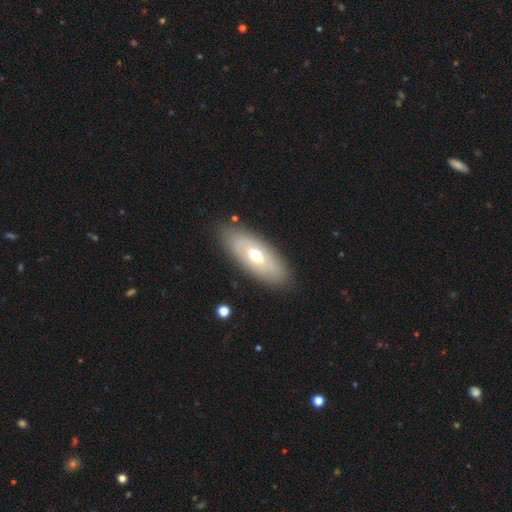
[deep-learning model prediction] Morphology: type=smooth (48%); merging=none (86%).